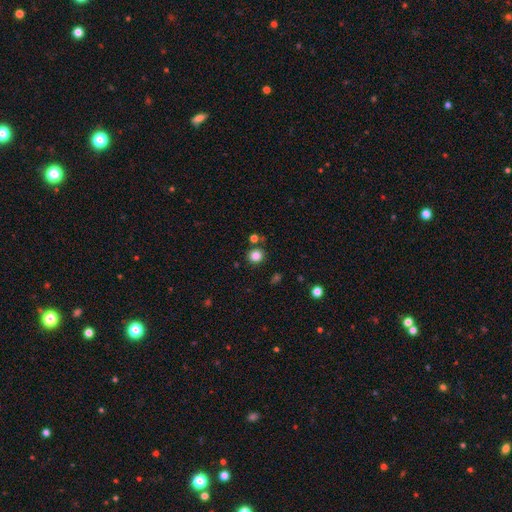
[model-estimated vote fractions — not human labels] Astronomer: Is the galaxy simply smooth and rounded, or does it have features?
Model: smooth — 84%.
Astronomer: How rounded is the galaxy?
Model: round — 91%.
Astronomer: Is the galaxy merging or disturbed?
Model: none — 85%.